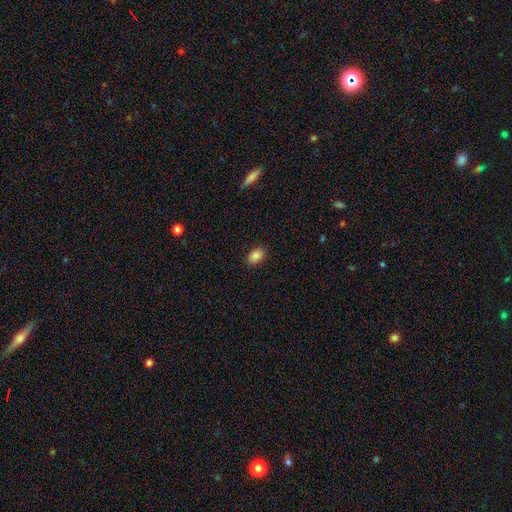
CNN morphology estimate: smooth_or_featured: smooth (p=0.85) [alt: star or artifact p=0.09]
how_rounded: in between (p=0.84) [alt: round p=0.15]
merging: none (p=0.89) [alt: minor disturbance p=0.08]